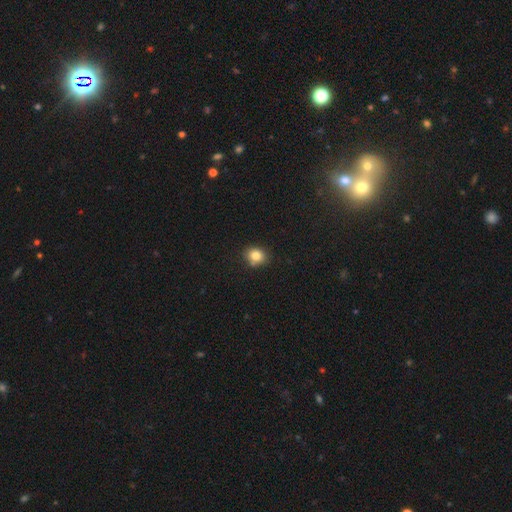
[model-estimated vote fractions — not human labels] Morphology: type=smooth (82%); roundness=round (68%); merging=none (75%).